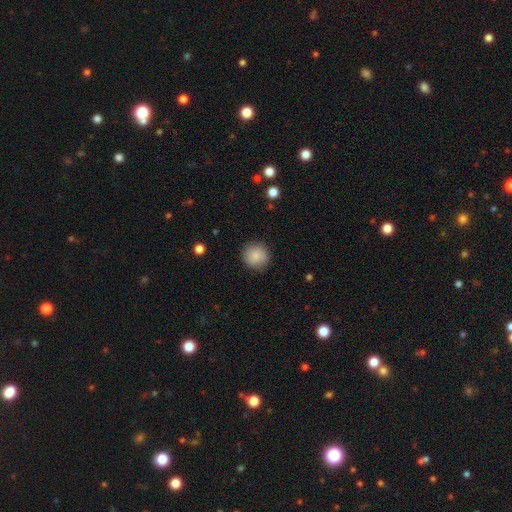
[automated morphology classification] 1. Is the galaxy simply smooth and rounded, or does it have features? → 85% smooth, 8% star or artifact, 7% featured or disk.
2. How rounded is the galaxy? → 93% round, 6% in between, 1% cigar-shaped.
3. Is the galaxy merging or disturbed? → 87% none, 9% minor disturbance, 3% major disturbance, 1% merger.